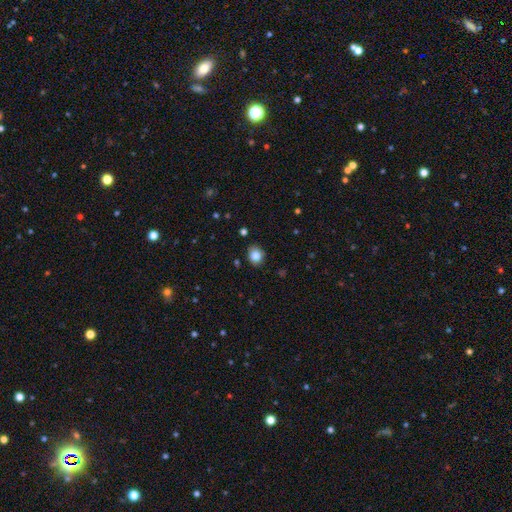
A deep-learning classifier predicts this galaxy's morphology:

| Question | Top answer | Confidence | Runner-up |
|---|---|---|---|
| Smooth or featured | smooth | 82% | star or artifact (10%) |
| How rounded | round | 61% | in between (38%) |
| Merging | none | 88% | minor disturbance (9%) |